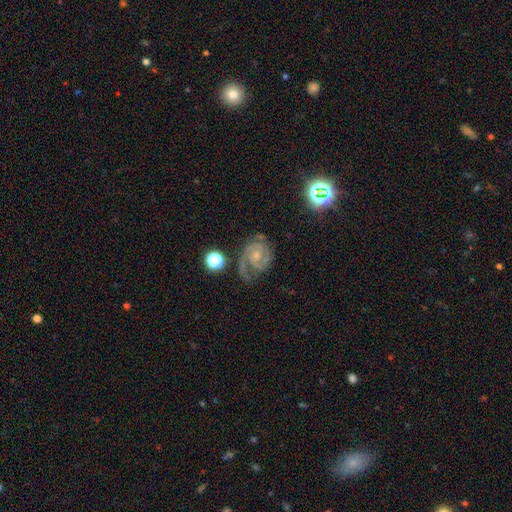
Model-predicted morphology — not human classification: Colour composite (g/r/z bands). It shows a featured or disk galaxy (85%) with no bar (58%), 2 (68%) tight (52%) spiral arms (97%) and a small central bulge (52%). Merging: none (60%).